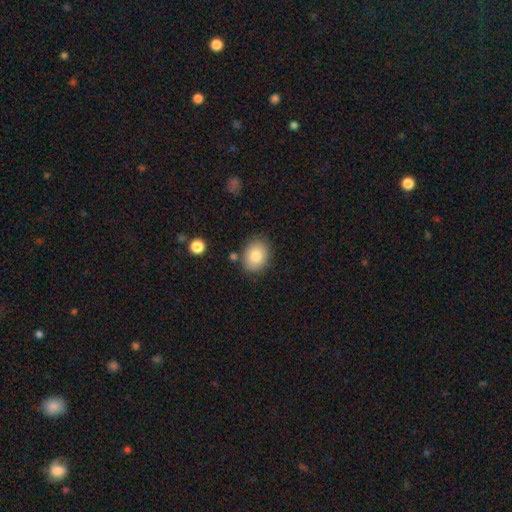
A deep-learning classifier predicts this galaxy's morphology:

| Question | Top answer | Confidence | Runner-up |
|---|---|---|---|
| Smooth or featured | smooth | 82% | featured or disk (10%) |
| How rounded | in between | 64% | round (36%) |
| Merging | none | 81% | minor disturbance (12%) |